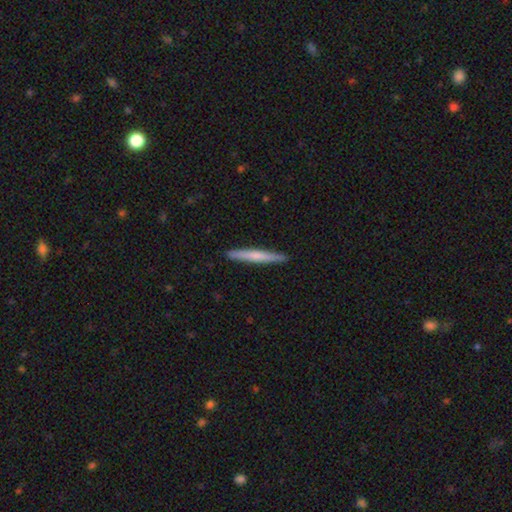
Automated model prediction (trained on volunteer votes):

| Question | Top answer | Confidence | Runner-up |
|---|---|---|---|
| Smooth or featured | smooth | 58% | featured or disk (37%) |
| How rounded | cigar-shaped | 96% | in between (2%) |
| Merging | none | 92% | minor disturbance (6%) |